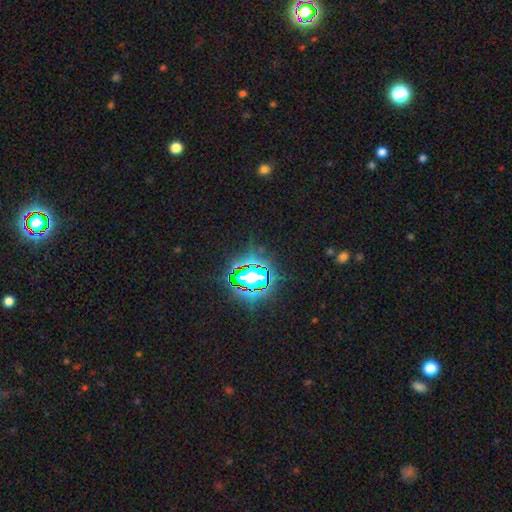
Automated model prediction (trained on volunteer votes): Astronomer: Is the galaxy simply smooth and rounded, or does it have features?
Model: star or artifact — 82%.